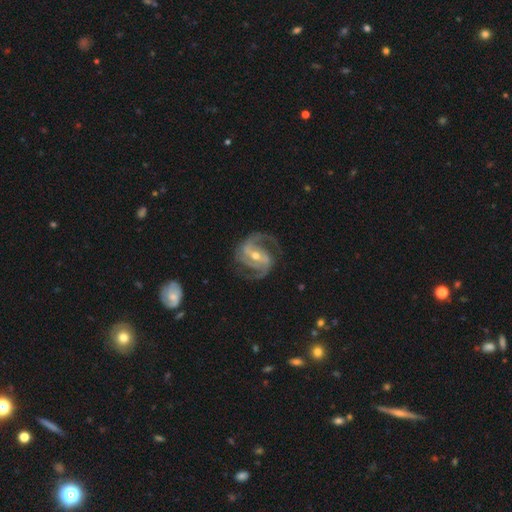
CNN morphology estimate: The model was most divided on "bulge size": moderate: 53%, small: 43%, large: 2%, none: 1%, dominant: 1%. Remaining: spiral arms — yes (98%); edge-on disk — no (98%); smooth or featured — featured or disk (92%); merging — none (75%); spiral arm count — 2 (66%); spiral winding — medium (56%); bar — strong (49%).